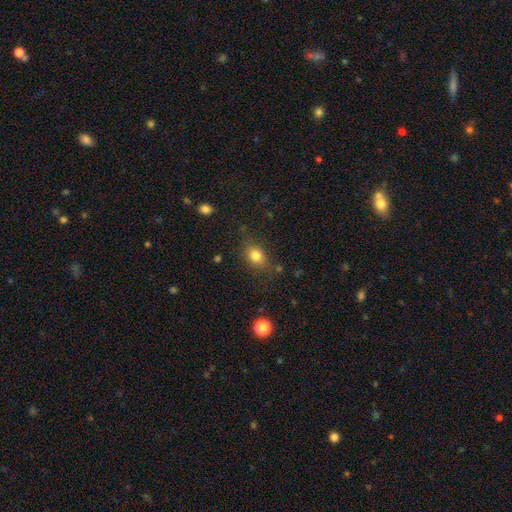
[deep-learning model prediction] This is clearly a smooth galaxy (80%). How rounded: possibly in between (56%). Merging: likely none (77%).